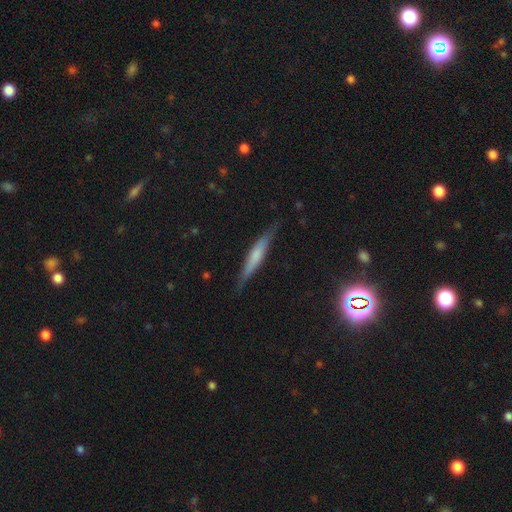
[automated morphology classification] smooth-or-featured: smooth: 46% (tied) | featured or disk: 46% (tied) | star or artifact: 7%
  merging: none: 82% | minor disturbance: 14% | major disturbance: 3% | merger: 1%